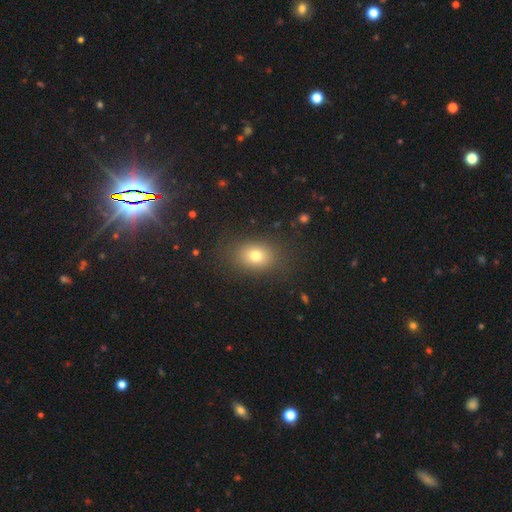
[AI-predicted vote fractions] Smooth or featured? Predicted: smooth (p=0.76). How rounded? Predicted: in between (p=0.62). Merging? Predicted: none (p=0.84).